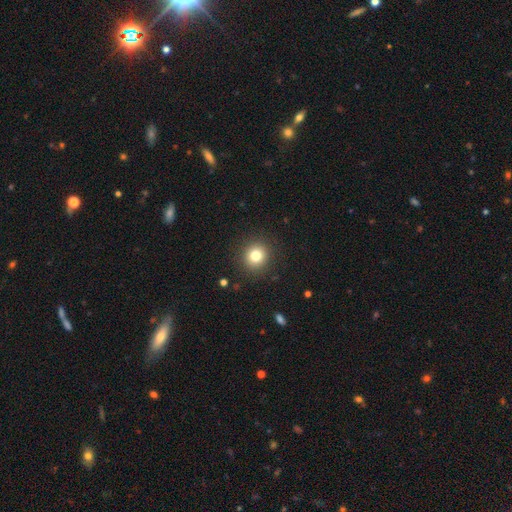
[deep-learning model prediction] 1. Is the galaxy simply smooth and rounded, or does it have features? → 80% smooth, 12% star or artifact, 8% featured or disk.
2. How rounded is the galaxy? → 90% round, 9% in between, 1% cigar-shaped.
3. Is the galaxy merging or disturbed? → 90% none, 6% minor disturbance, 3% major disturbance, 1% merger.